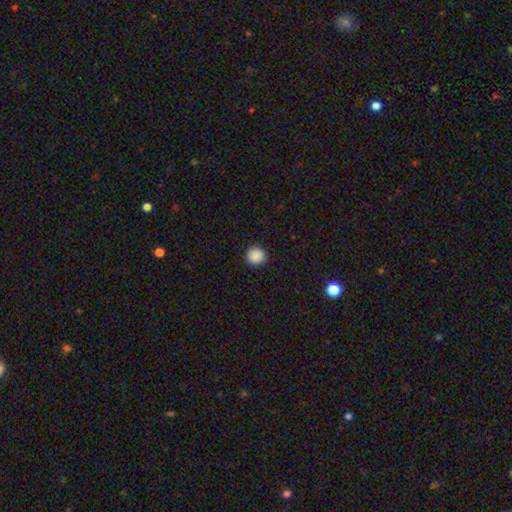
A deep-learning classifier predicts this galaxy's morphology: type=smooth (89%); roundness=round (93%); merging=none (92%).